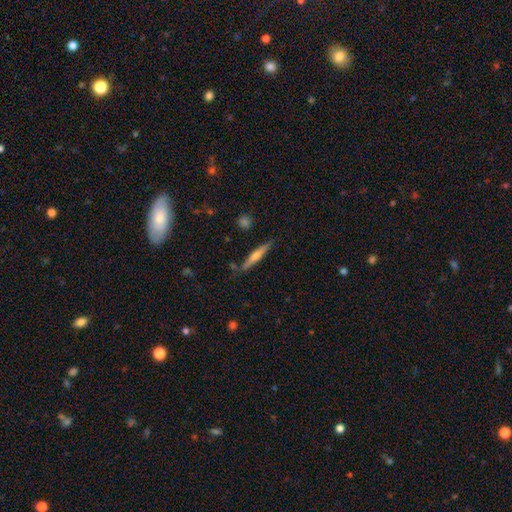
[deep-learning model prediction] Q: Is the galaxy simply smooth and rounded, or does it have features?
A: featured or disk — 51%.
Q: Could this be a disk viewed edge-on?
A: yes — 96%.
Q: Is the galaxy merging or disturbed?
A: none — 83%.